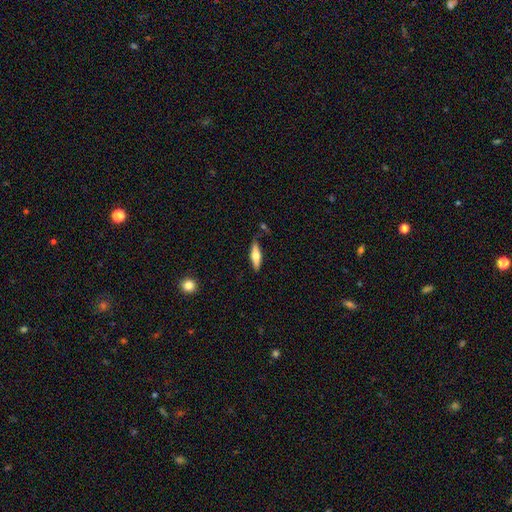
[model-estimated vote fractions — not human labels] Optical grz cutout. It shows a smooth galaxy with no disk features (58%) that is cigar-shaped (57%). Merging: none (79%).